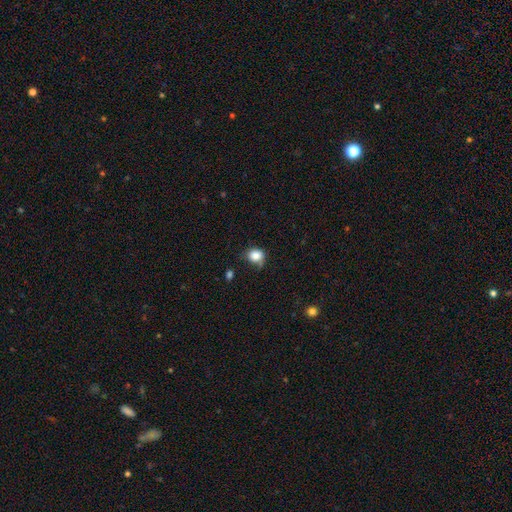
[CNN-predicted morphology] This appears to be a smooth galaxy with no disk features (85%) that is round (64%). Merging: none (51%).